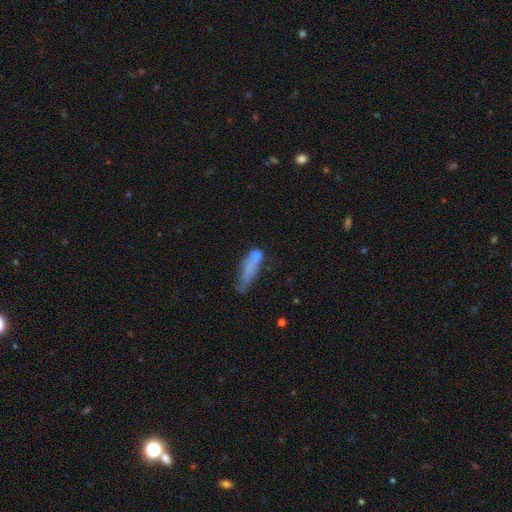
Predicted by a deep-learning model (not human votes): Smooth or featured?
  - smooth: 59% *
  - featured or disk: 27%
  - star or artifact: 14%
How rounded?
  - cigar-shaped: 72% *
  - in between: 24%
  - round: 4%
Merging?
  - none: 48% *
  - minor disturbance: 22%
  - major disturbance: 15%
  - merger: 15%